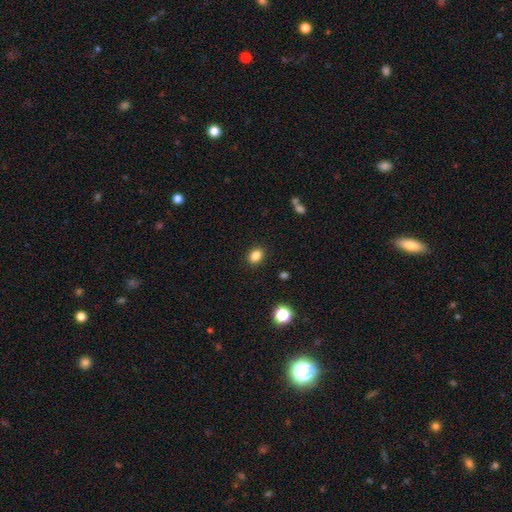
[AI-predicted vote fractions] This appears to be a smooth galaxy with no disk features (84%) that is in between round and cigar-shaped (56%). Merging: none (89%).